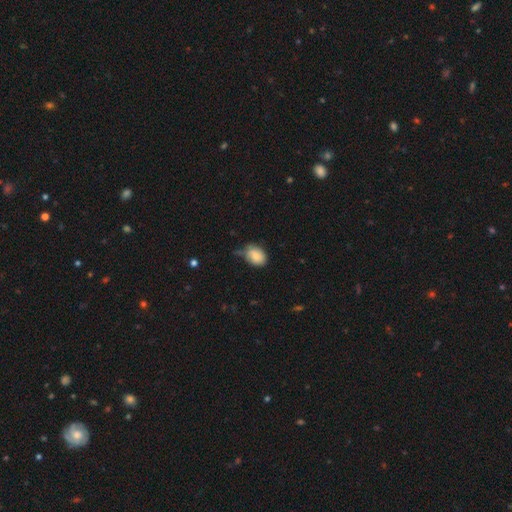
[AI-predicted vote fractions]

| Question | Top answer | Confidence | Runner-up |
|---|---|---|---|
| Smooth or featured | smooth | 85% | featured or disk (7%) |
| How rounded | in between | 76% | round (23%) |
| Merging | none | 52% | minor disturbance (36%) |